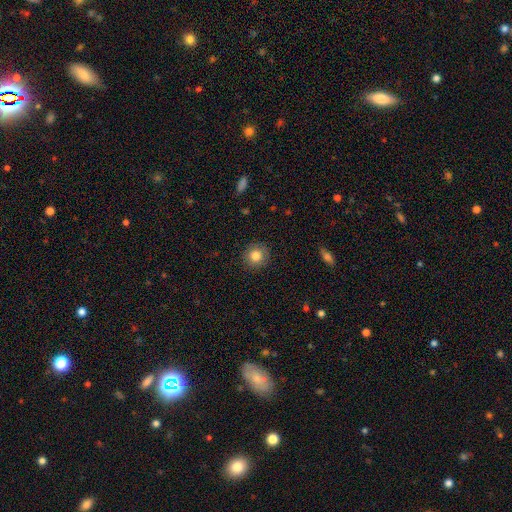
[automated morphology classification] type=smooth (82%); roundness=round (91%); merging=none (90%).